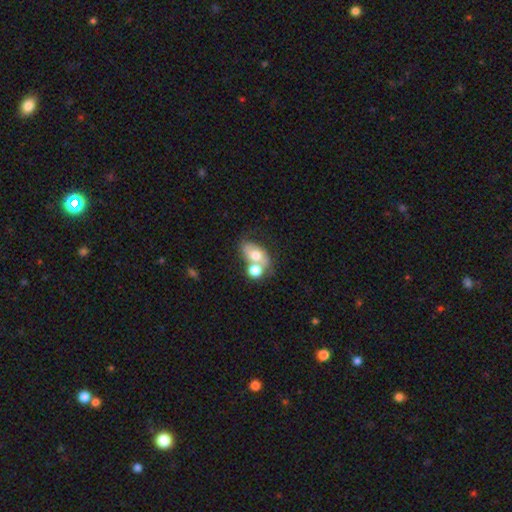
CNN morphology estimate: Smooth or featured? smooth (56%)
How rounded? in between (76%)
Merging? merger (55%)